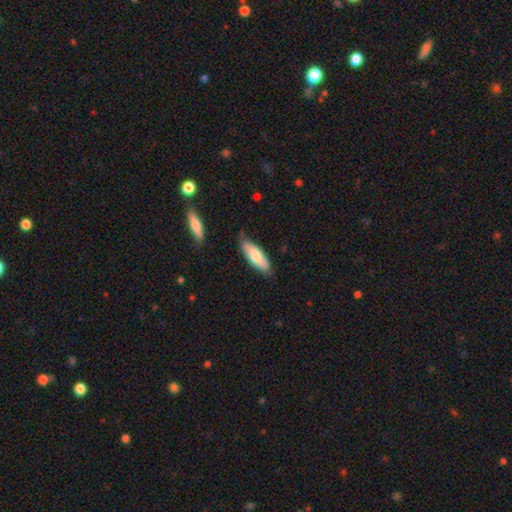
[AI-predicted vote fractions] Smooth or featured? Predicted: smooth (p=0.71). How rounded? Predicted: in between (p=0.62). Merging? Predicted: none (p=0.72).